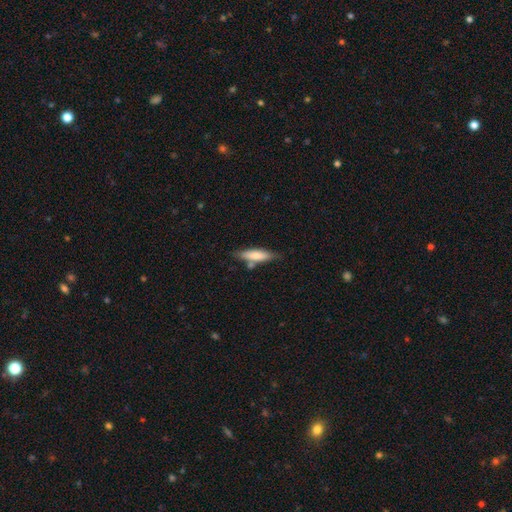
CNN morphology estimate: Q: Smooth or featured?
A: smooth (68%); runner-up: featured or disk (26%)
Q: How rounded?
A: cigar-shaped (70%); runner-up: in between (28%)
Q: Merging?
A: none (69%); runner-up: minor disturbance (17%)